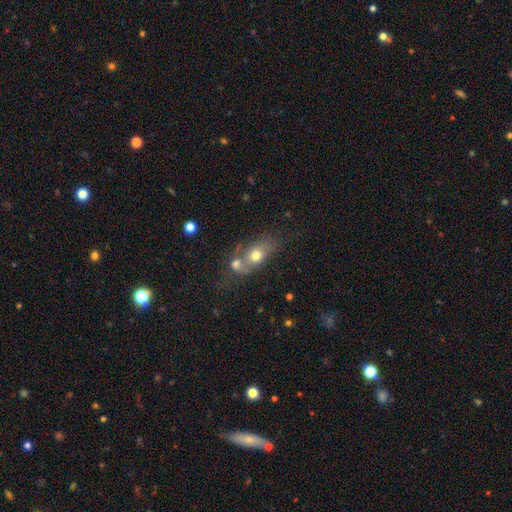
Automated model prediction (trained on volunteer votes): smooth_or_featured: smooth (p=0.68) [alt: featured or disk p=0.21]
how_rounded: in between (p=0.62) [alt: round p=0.33]
merging: merger (p=0.54) [alt: none p=0.27]